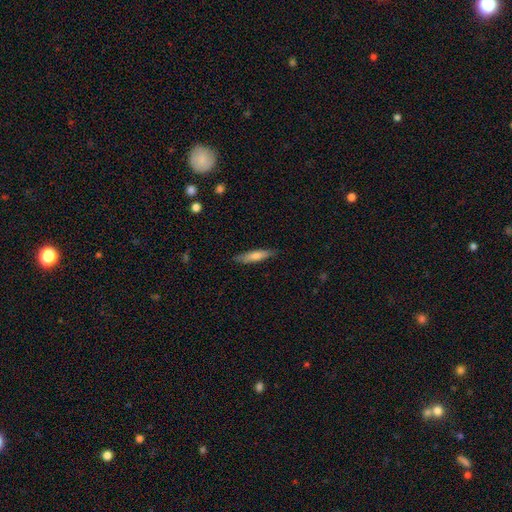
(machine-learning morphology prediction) smooth-or-featured: smooth: 66% | featured or disk: 28% | star or artifact: 6%
  how-rounded: cigar-shaped: 83% | in between: 15% | round: 2%
  merging: none: 84% | minor disturbance: 12% | major disturbance: 2% | merger: 1%